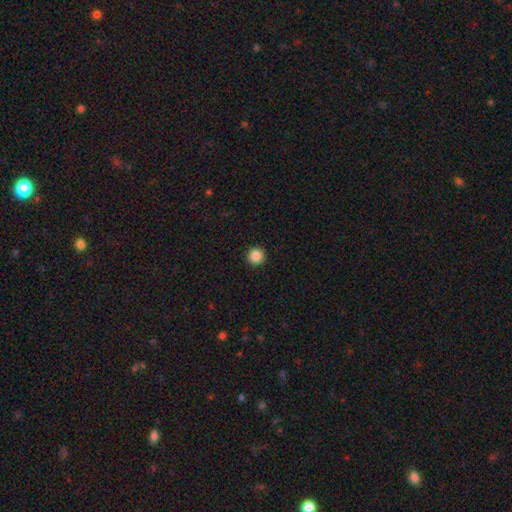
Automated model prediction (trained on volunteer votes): This is clearly a smooth galaxy (87%). How rounded: clearly round (96%). Merging: clearly none (93%).